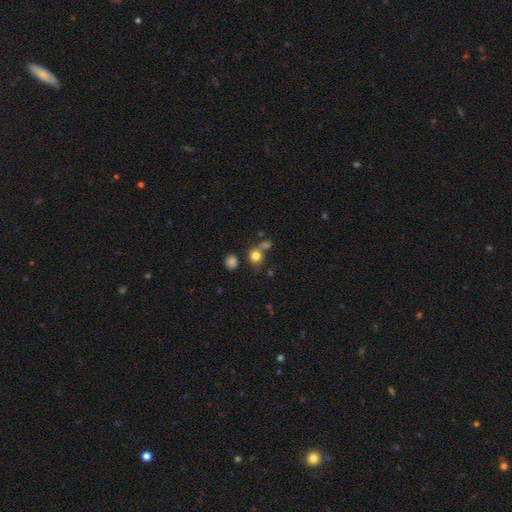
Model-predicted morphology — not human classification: type=smooth (79%); roundness=round (81%); merging=none (56%).